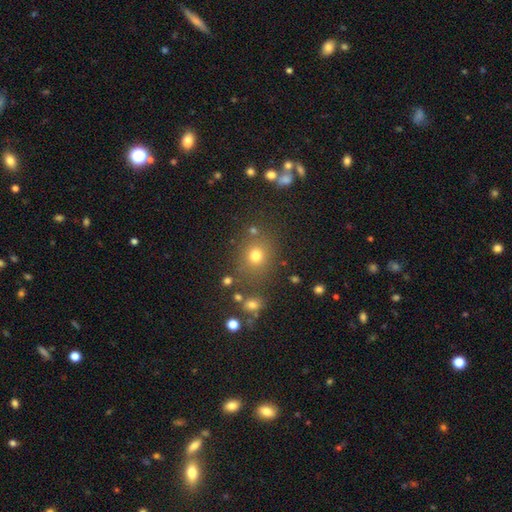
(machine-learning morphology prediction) type=smooth (72%); roundness=round (72%); merging=none (75%).